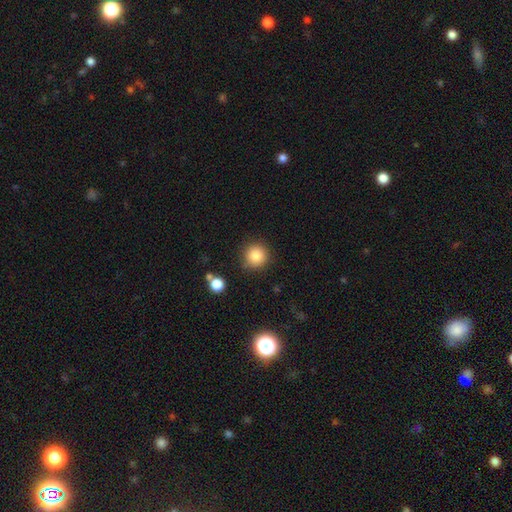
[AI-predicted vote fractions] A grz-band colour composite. It shows a smooth galaxy with no disk features (84%) that is round (94%). Merging: none (86%).